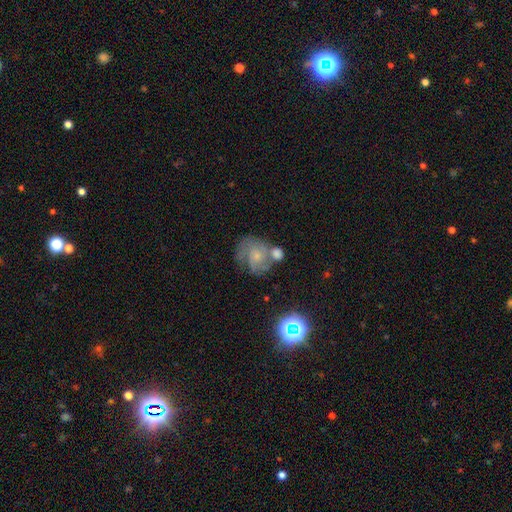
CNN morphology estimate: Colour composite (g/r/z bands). It shows a featured or disk galaxy (63%) with no bar (76%), tight (44%) spiral arms (85%) and a small central bulge (57%). Merging: none (40%).